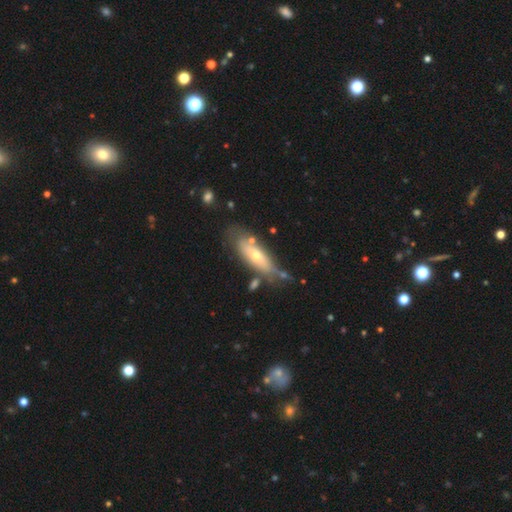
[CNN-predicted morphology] Smooth or featured? Predicted: featured or disk (p=0.49). Merging? Predicted: none (p=0.62).